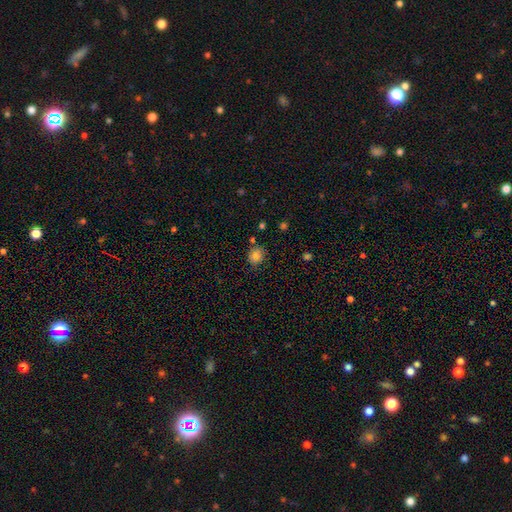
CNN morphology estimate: Smooth or featured: smooth — 81% (star or artifact — 11%)
How rounded: round — 71% (in between — 28%)
Merging: none — 78% (minor disturbance — 15%)